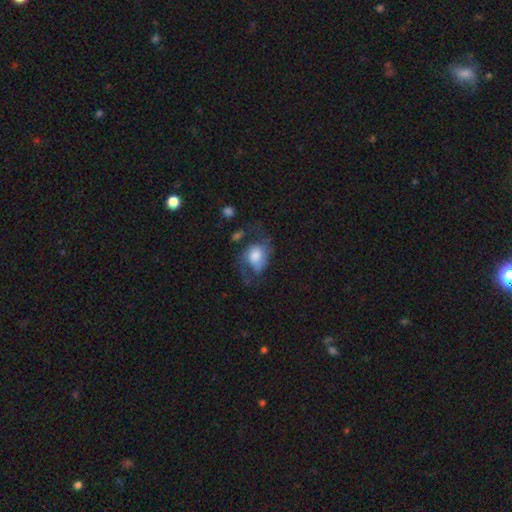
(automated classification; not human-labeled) Morphology: type=featured or disk (47%); merging=none (37%).